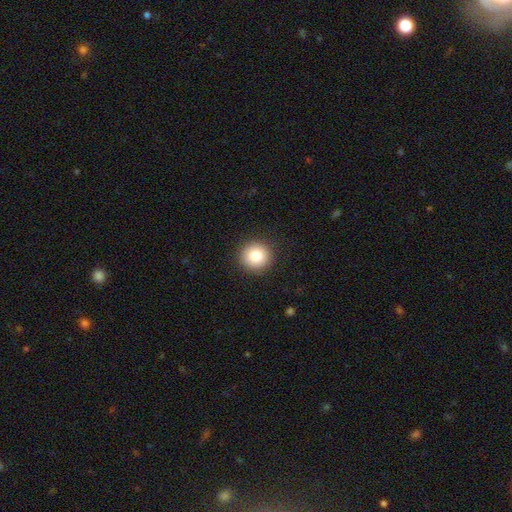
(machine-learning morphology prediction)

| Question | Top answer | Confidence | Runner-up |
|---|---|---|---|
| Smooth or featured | smooth | 83% | star or artifact (10%) |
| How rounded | round | 93% | in between (6%) |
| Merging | none | 91% | minor disturbance (6%) |